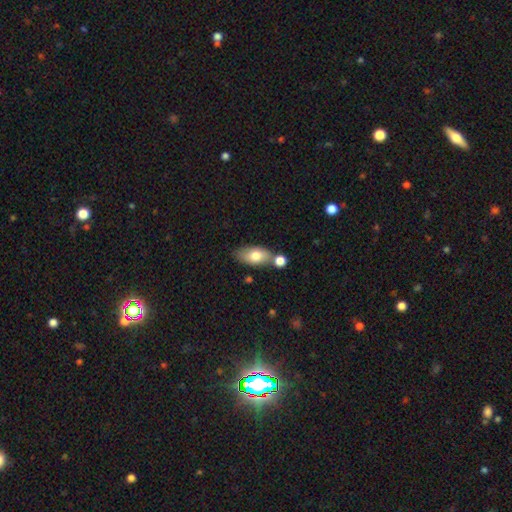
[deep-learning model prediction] Smooth or featured? Predicted: smooth (p=0.75). How rounded? Predicted: in between (p=0.88). Merging? Predicted: none (p=0.62).